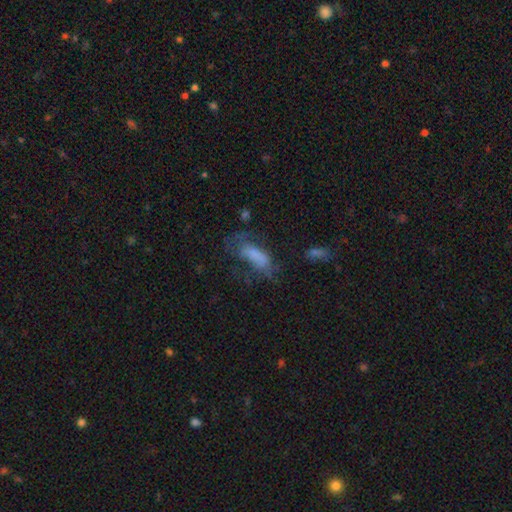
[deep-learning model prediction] A smooth galaxy with no disk features (56%) that is in between round and cigar-shaped (75%). Merging: major disturbance (38%).